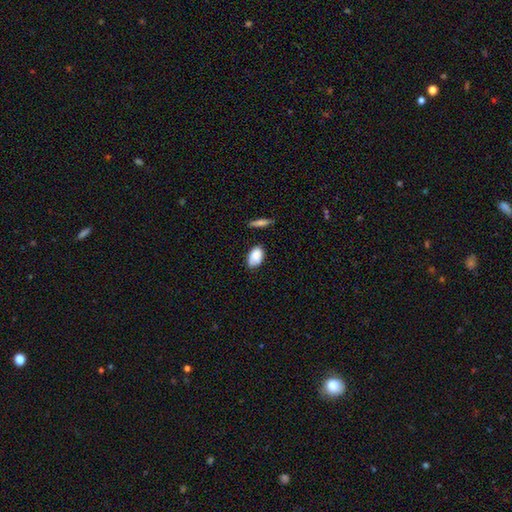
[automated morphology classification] Smooth or featured: smooth — 84% (featured or disk — 8%)
How rounded: in between — 90% (round — 8%)
Merging: none — 67% (minor disturbance — 25%)